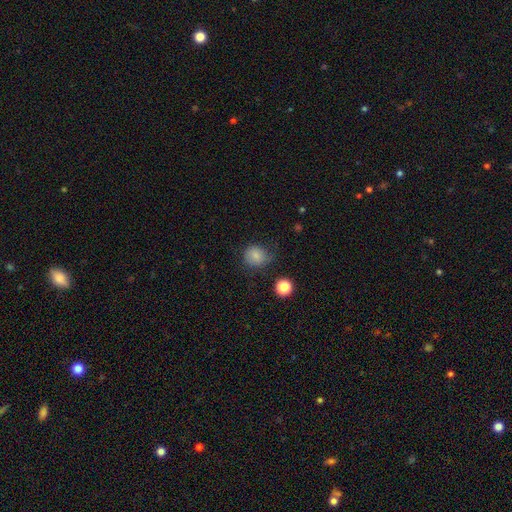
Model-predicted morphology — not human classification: smooth 79%, star or artifact 12%, featured or disk 9%. Down the decision tree: how rounded — round (81%); merging — none (60%).